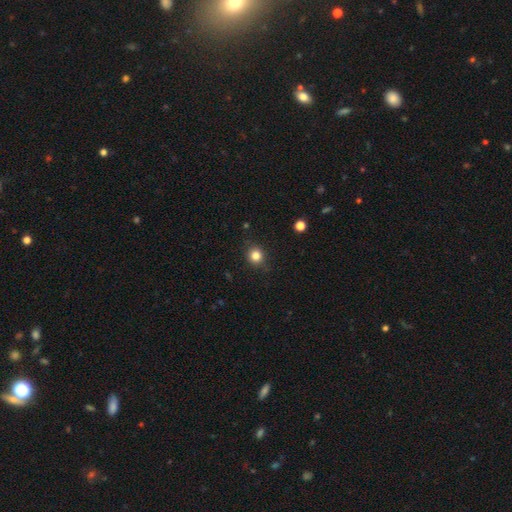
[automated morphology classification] Smooth or featured? Predicted: smooth (p=0.83). How rounded? Predicted: round (p=0.85). Merging? Predicted: none (p=0.86).